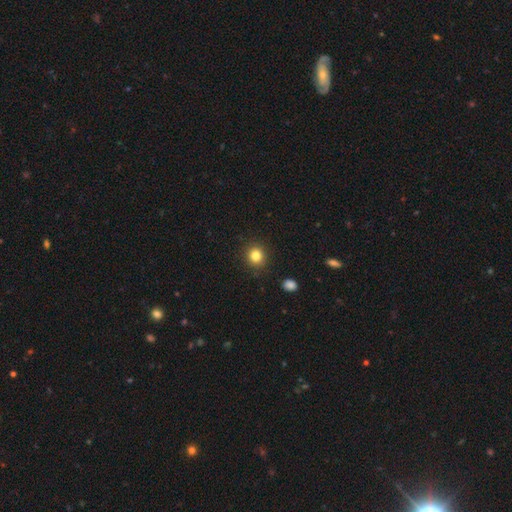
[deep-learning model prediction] Smooth or featured? smooth (83%)
How rounded? round (88%)
Merging? none (91%)